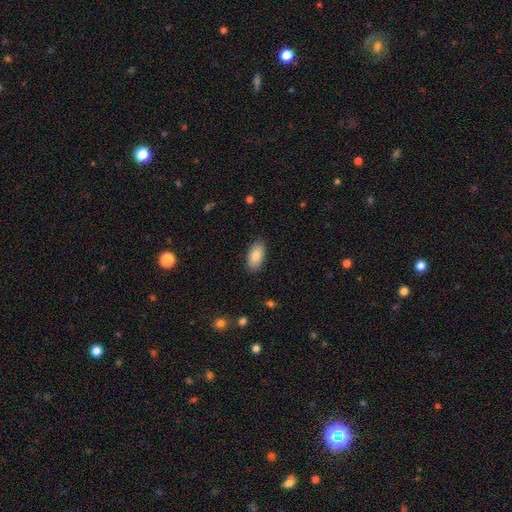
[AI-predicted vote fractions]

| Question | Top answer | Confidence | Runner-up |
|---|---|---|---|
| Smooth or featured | smooth | 86% | featured or disk (7%) |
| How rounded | in between | 93% | cigar-shaped (4%) |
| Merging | none | 87% | minor disturbance (10%) |